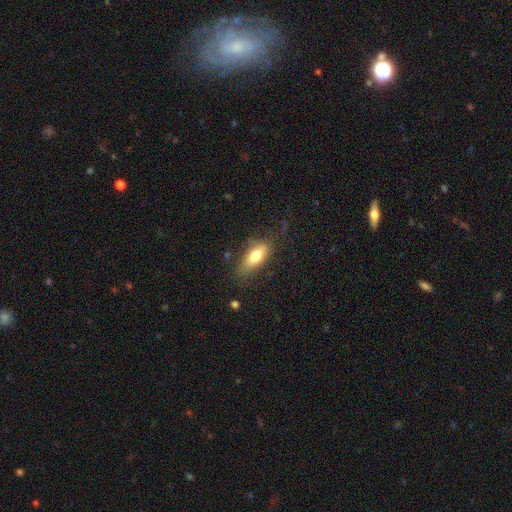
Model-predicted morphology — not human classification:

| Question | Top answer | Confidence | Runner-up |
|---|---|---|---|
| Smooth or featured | smooth | 72% | featured or disk (21%) |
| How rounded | in between | 79% | cigar-shaped (18%) |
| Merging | none | 67% | minor disturbance (23%) |